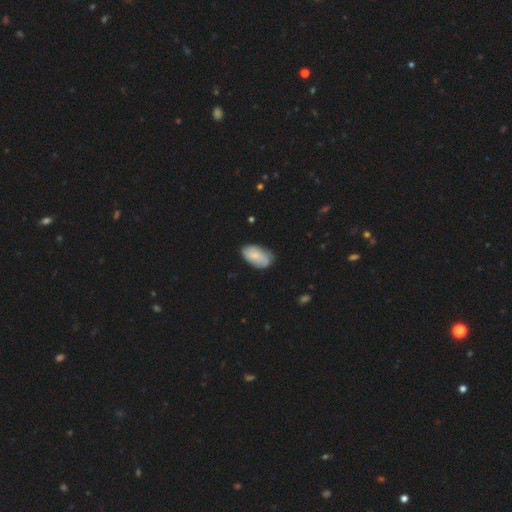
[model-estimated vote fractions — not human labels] Smooth or featured?
  - smooth: 59% *
  - featured or disk: 34%
  - star or artifact: 7%
How rounded?
  - in between: 93% *
  - round: 4%
  - cigar-shaped: 2%
Merging?
  - none: 67% *
  - minor disturbance: 26%
  - major disturbance: 6%
  - merger: 2%